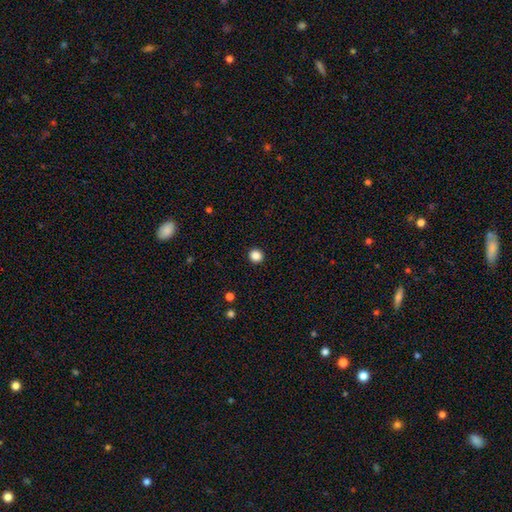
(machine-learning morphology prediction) The model was most divided on "smooth or featured": smooth: 86%, star or artifact: 11%, featured or disk: 3%. More confident: merging — none (93%); how rounded — round (91%).